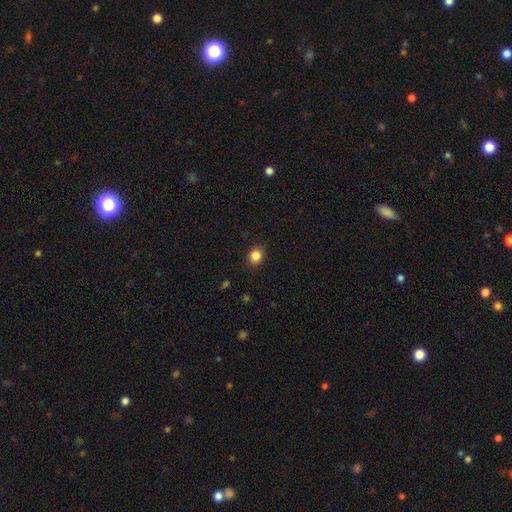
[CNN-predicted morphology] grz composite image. It shows a smooth galaxy with no disk features (85%) that is round (71%). Merging: none (89%).